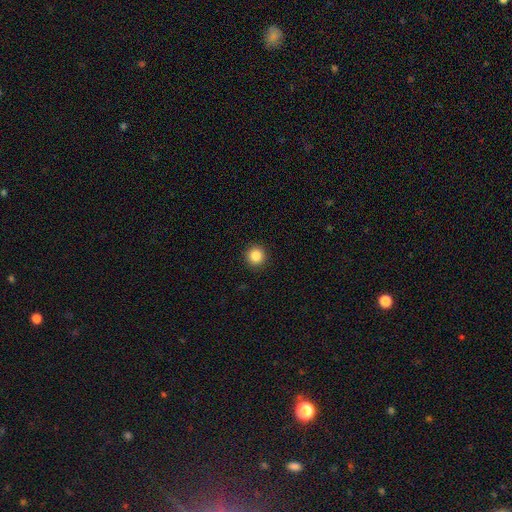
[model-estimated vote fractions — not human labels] A smooth galaxy with no disk features (86%) that is round (95%).

Vote fractions:
- Smooth or featured? smooth: 86% / star or artifact: 10% / featured or disk: 4%
- How rounded? round: 95% / in between: 4% / cigar-shaped: 1%
- Merging? none: 93% / minor disturbance: 5% / major disturbance: 2% / merger: 1%